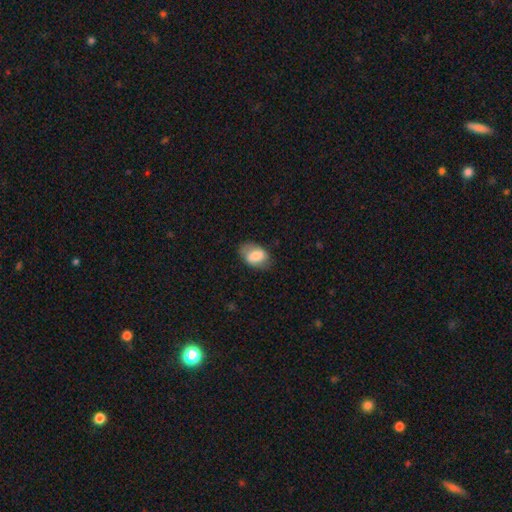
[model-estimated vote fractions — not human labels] A smooth galaxy with no disk features (68%) that is in between round and cigar-shaped (85%).

Vote fractions:
- Smooth or featured? smooth: 68% / featured or disk: 24% / star or artifact: 7%
- How rounded? in between: 85% / round: 13% / cigar-shaped: 2%
- Merging? none: 69% / minor disturbance: 22% / major disturbance: 8% / merger: 1%